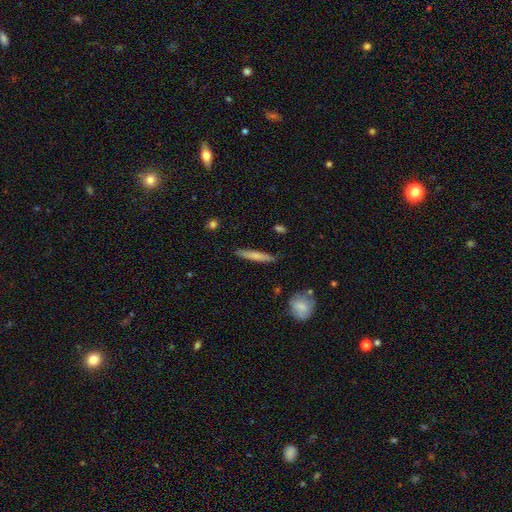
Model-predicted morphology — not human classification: smooth-or-featured: smooth: 69% | featured or disk: 25% | star or artifact: 6%
  how-rounded: cigar-shaped: 93% | in between: 5% | round: 2%
  merging: none: 86% | minor disturbance: 10% | major disturbance: 2% | merger: 2%